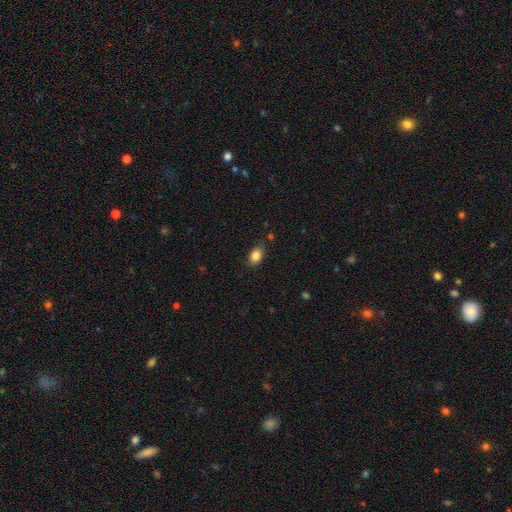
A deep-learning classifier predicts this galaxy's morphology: type=smooth (85%); roundness=in between (84%); merging=none (80%).